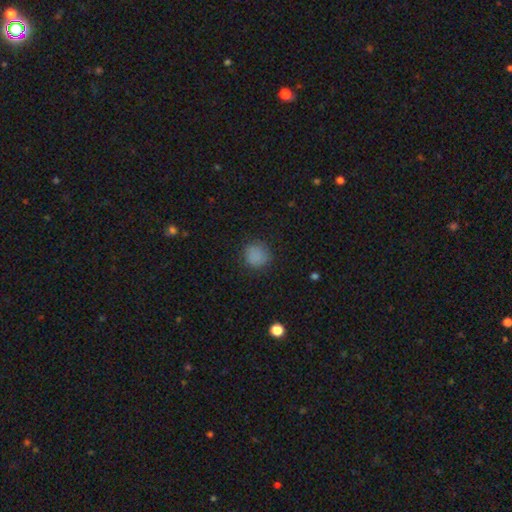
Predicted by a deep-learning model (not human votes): A smooth galaxy with no disk features (83%) that is round (89%).

Vote fractions:
- Smooth or featured? smooth: 83% / star or artifact: 12% / featured or disk: 5%
- How rounded? round: 89% / in between: 10% / cigar-shaped: 1%
- Merging? none: 83% / minor disturbance: 12% / major disturbance: 4% / merger: 1%